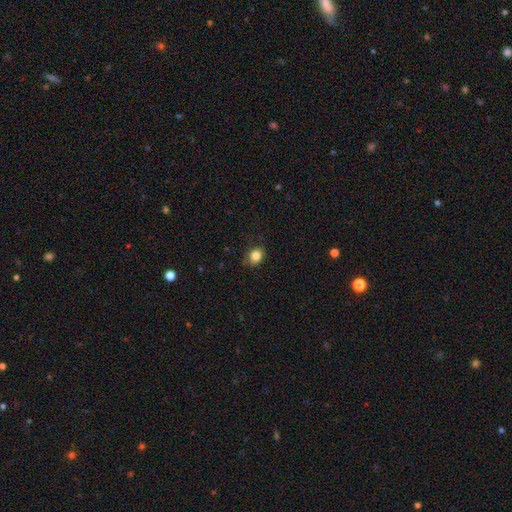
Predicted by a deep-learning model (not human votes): Smooth or featured: smooth — 84% (star or artifact — 10%)
How rounded: in between — 50% (round — 49%)
Merging: none — 78% (minor disturbance — 18%)